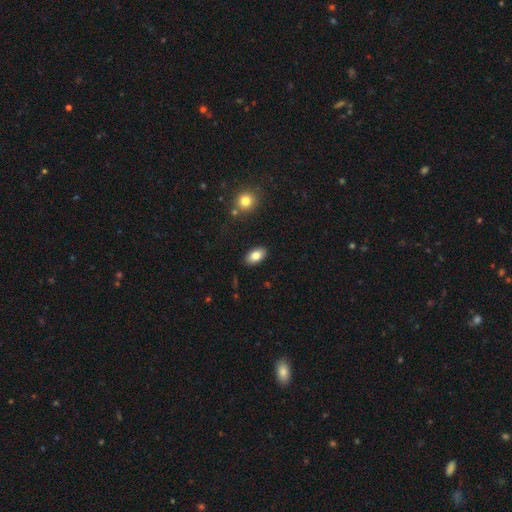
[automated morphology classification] Smooth or featured?
  - smooth: 82% *
  - featured or disk: 11%
  - star or artifact: 7%
How rounded?
  - in between: 93% *
  - round: 5%
  - cigar-shaped: 2%
Merging?
  - none: 88% *
  - minor disturbance: 8%
  - major disturbance: 2%
  - merger: 2%